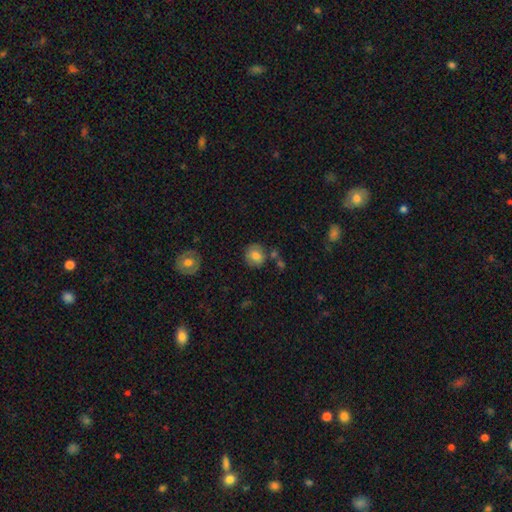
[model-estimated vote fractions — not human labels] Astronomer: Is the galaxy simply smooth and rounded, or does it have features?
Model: smooth — 78%.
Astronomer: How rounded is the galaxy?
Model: round — 85%.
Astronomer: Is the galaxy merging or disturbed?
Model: none — 76%.